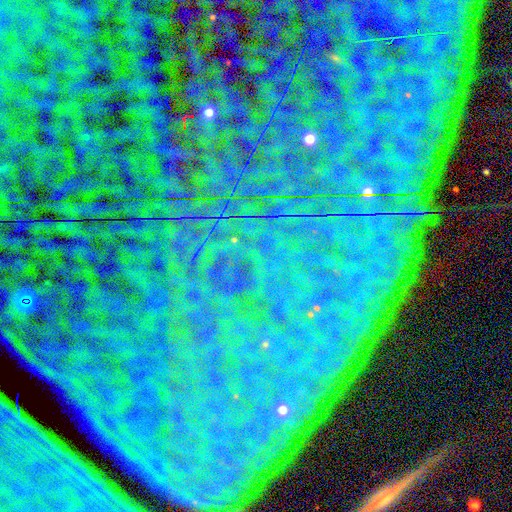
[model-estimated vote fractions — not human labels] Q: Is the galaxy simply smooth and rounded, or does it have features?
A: star or artifact — 85%.